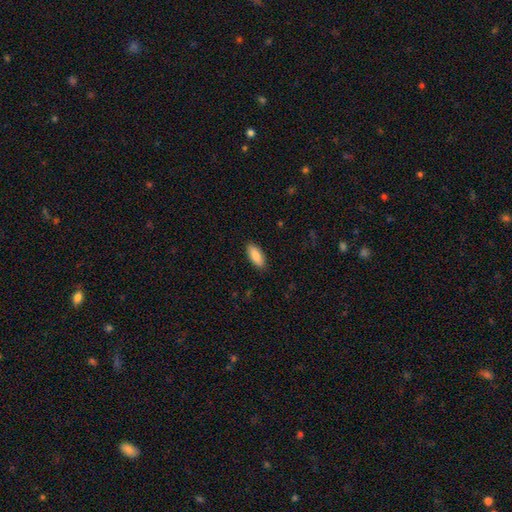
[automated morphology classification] The model was most divided on "how rounded": in between: 82%, cigar-shaped: 16%, round: 2%. More confident: merging — none (89%); smooth or featured — smooth (88%).